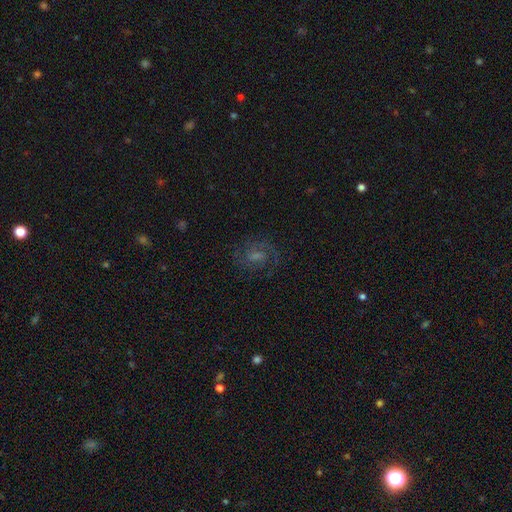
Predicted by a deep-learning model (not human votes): Smooth or featured? featured or disk (63%)
Edge-on disk? no (97%)
Bar? weak (52%)
Spiral arms? yes (90%)
Spiral winding? medium (50%)
Spiral arm count? 2 (69%)
Bulge size? moderate (31%)
Merging? none (73%)